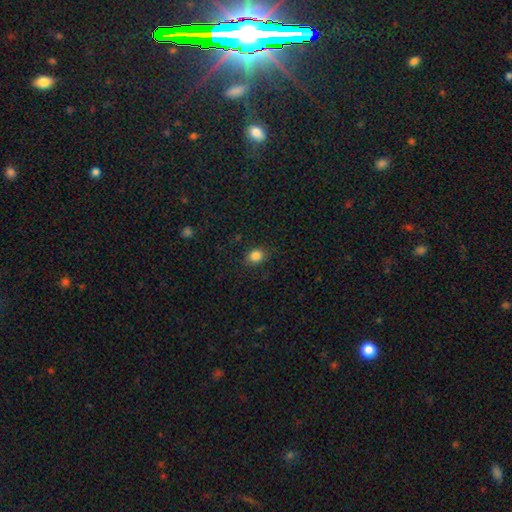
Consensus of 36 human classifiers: Smooth or featured? 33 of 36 (92%) said smooth. How rounded? 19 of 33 (58%) said round. Merging? 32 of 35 (91%) said none.